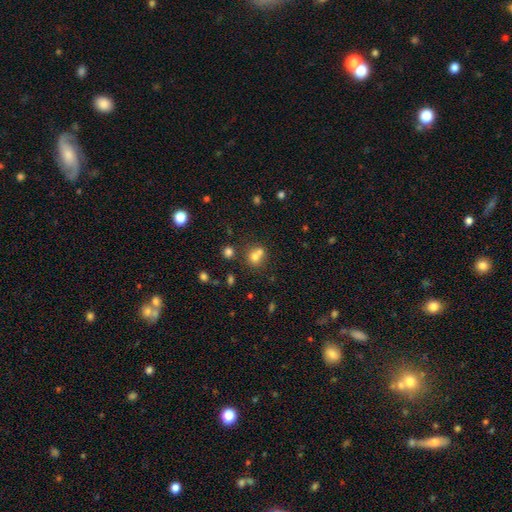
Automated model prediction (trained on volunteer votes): A smooth galaxy with no disk features (69%) that is round (71%).

Vote fractions:
- Smooth or featured? smooth: 69% / star or artifact: 16% / featured or disk: 15%
- How rounded? round: 71% / in between: 28% / cigar-shaped: 1%
- Merging? merger: 53% / none: 36% / minor disturbance: 8% / major disturbance: 4%